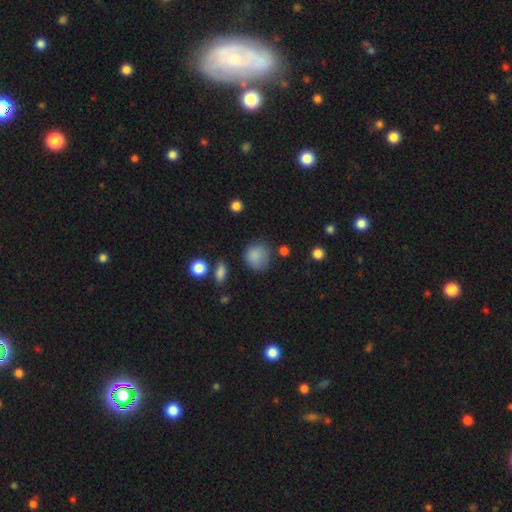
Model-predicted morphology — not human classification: Smooth or featured?
  - smooth: 84% *
  - star or artifact: 10%
  - featured or disk: 7%
How rounded?
  - round: 81% *
  - in between: 18%
  - cigar-shaped: 1%
Merging?
  - none: 65% *
  - minor disturbance: 23%
  - major disturbance: 8%
  - merger: 4%